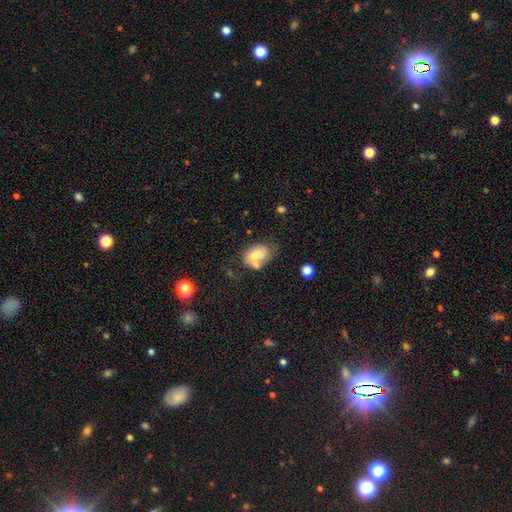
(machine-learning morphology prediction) A smooth galaxy with no disk features (68%) that is in between round and cigar-shaped (77%).

Vote fractions:
- Smooth or featured? smooth: 68% / featured or disk: 23% / star or artifact: 9%
- How rounded? in between: 77% / round: 21% / cigar-shaped: 1%
- Merging? none: 42% / merger: 27% / minor disturbance: 22% / major disturbance: 9%